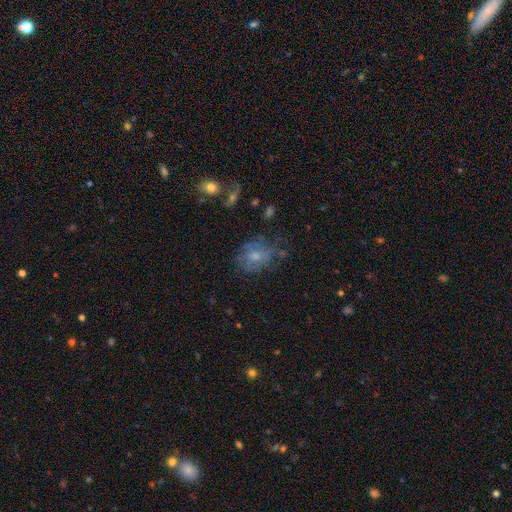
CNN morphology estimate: Smooth or featured: featured or disk — 47% (smooth — 42%)
Merging: none — 52% (minor disturbance — 25%)